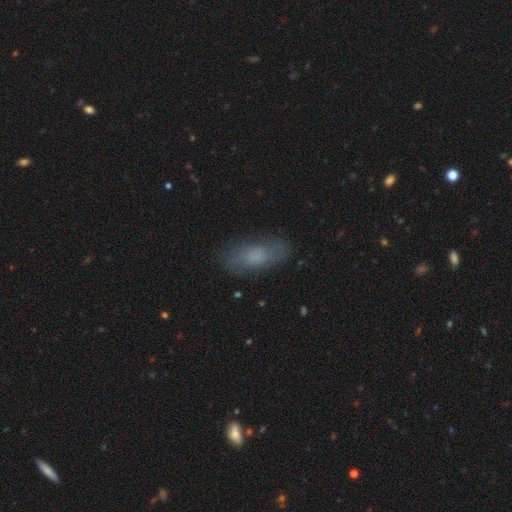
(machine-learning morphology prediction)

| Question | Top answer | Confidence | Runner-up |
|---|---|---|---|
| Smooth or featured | smooth | 62% | featured or disk (28%) |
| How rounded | in between | 77% | cigar-shaped (19%) |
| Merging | none | 76% | minor disturbance (17%) |